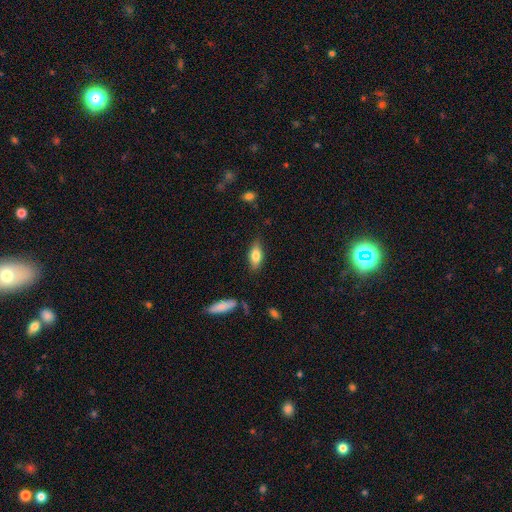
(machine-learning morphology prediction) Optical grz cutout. It shows a smooth galaxy with no disk features (77%) that is in between round and cigar-shaped (80%). Merging: none (81%).